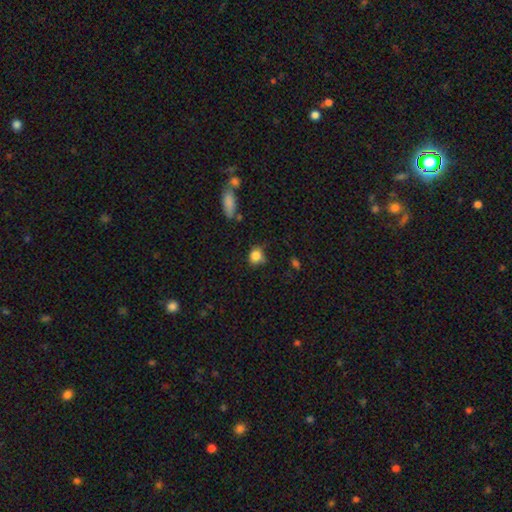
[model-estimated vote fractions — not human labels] smooth-or-featured: smooth: 84% | star or artifact: 10% | featured or disk: 6%
  how-rounded: round: 74% | in between: 24% | cigar-shaped: 2%
  merging: none: 65% | minor disturbance: 25% | major disturbance: 6% | merger: 5%